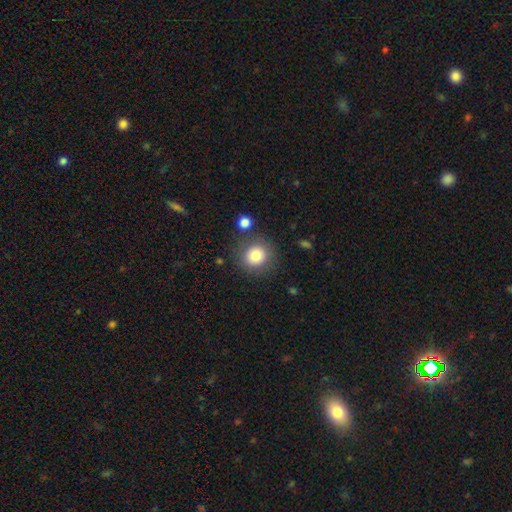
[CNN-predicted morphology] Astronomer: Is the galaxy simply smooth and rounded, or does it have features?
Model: smooth — 79%.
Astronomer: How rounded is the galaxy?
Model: round — 89%.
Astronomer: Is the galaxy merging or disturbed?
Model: none — 81%.